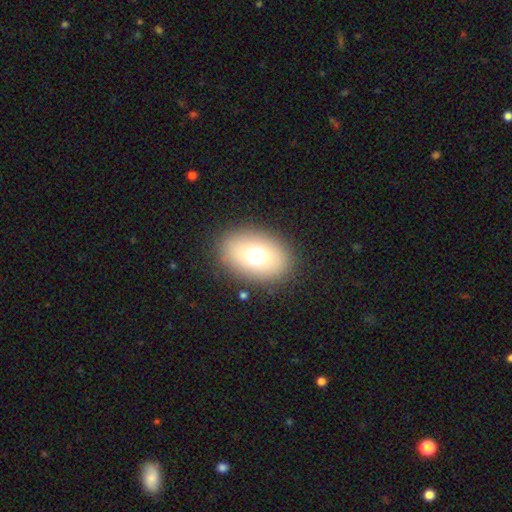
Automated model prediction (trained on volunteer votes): Overall: smooth (69%). How rounded: in between (73%). Merging: none (87%).